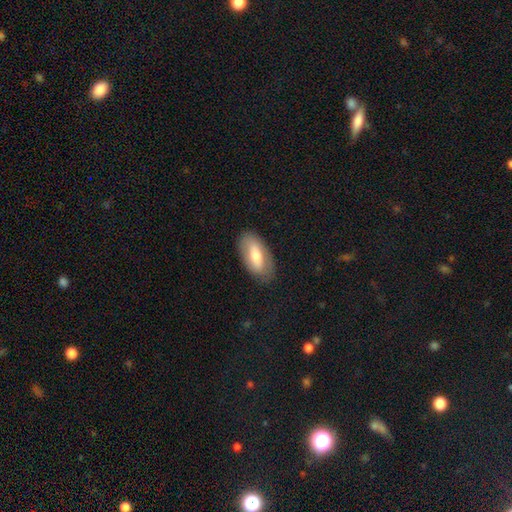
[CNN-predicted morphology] This is possibly a smooth galaxy (58%). How rounded: clearly in between (89%). Merging: clearly none (82%).